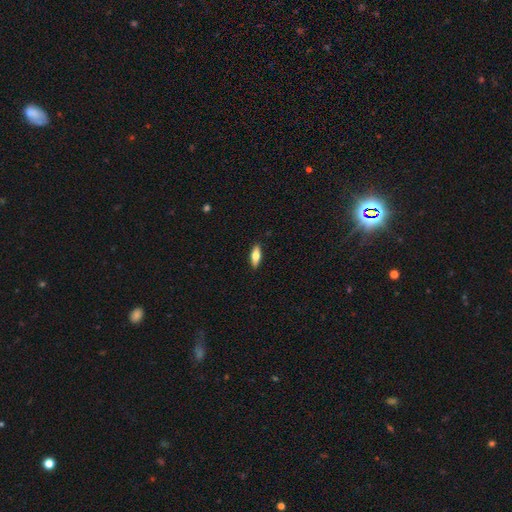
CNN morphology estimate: Smooth or featured? smooth (64%)
How rounded? in between (63%)
Merging? none (90%)